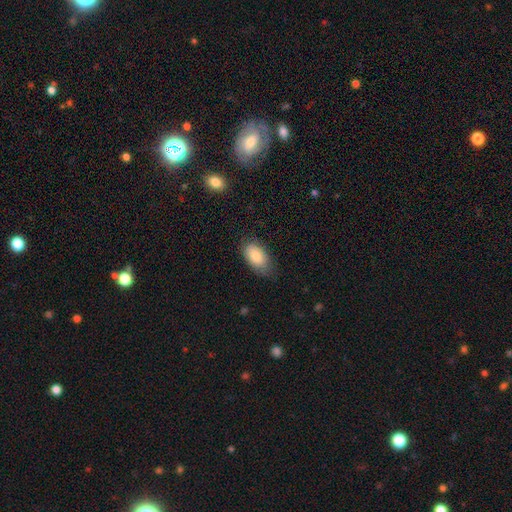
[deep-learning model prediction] This appears to be a smooth galaxy with no disk features (83%) that is in between round and cigar-shaped (93%). Merging: none (72%).